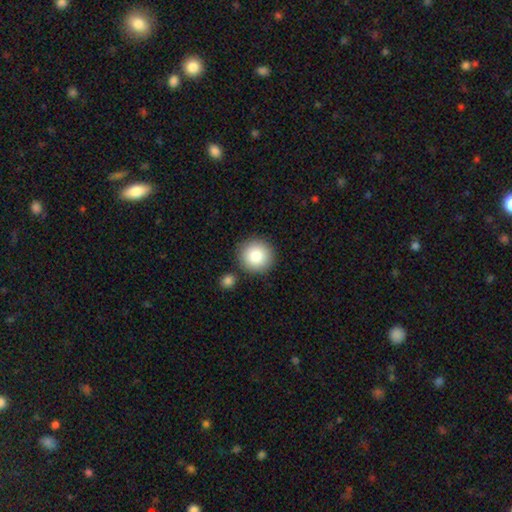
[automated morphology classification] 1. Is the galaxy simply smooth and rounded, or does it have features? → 84% smooth, 8% star or artifact, 8% featured or disk.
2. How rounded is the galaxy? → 95% round, 4% in between, 1% cigar-shaped.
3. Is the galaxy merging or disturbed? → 85% none, 7% minor disturbance, 6% merger, 2% major disturbance.